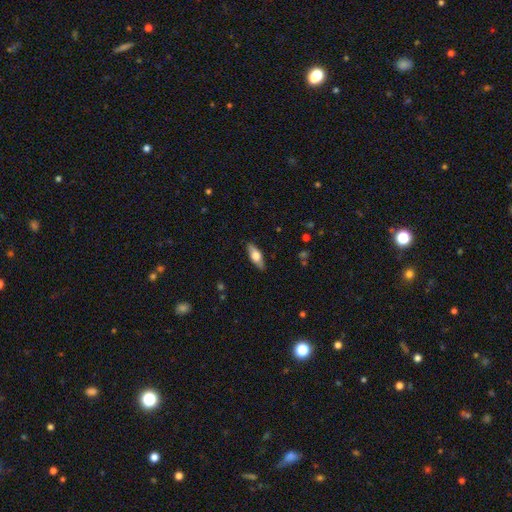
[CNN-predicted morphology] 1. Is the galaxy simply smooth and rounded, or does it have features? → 60% smooth, 35% featured or disk, 6% star or artifact.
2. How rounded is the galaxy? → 68% in between, 29% cigar-shaped, 3% round.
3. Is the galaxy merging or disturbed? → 86% none, 11% minor disturbance, 2% major disturbance, 1% merger.